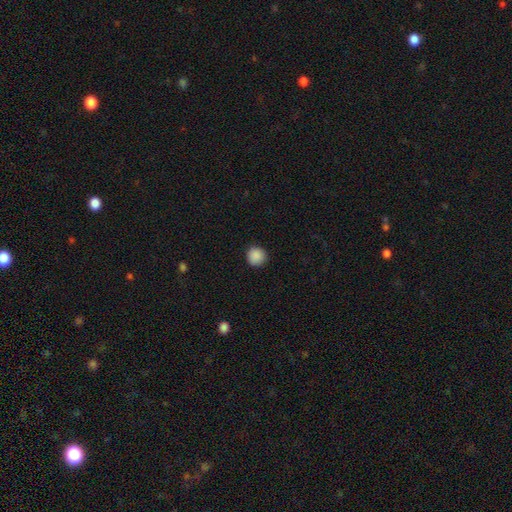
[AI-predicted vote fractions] Q: Smooth or featured?
A: smooth (89%); runner-up: star or artifact (9%)
Q: How rounded?
A: round (94%); runner-up: in between (5%)
Q: Merging?
A: none (90%); runner-up: minor disturbance (7%)